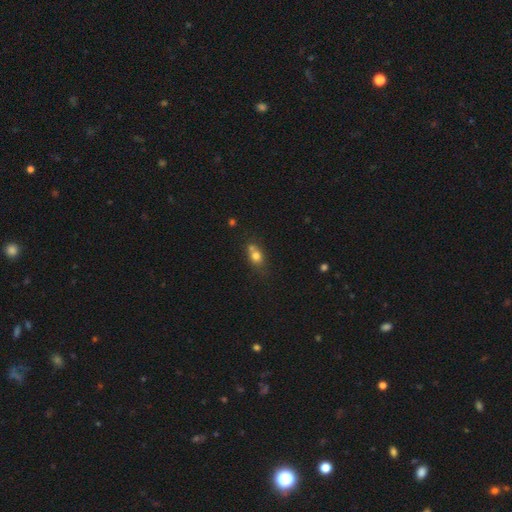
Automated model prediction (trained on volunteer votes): A smooth galaxy with no disk features (73%) that is round (52%).

Vote fractions:
- Smooth or featured? smooth: 73% / featured or disk: 15% / star or artifact: 12%
- How rounded? round: 52% / in between: 44% / cigar-shaped: 3%
- Merging? none: 42% / merger: 38% / minor disturbance: 15% / major disturbance: 6%